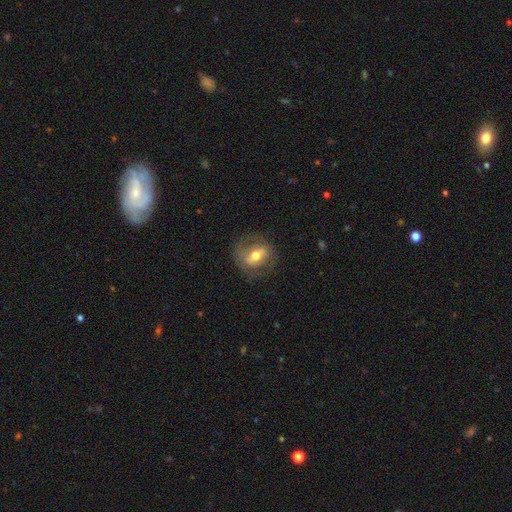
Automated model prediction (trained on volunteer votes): Q: Smooth or featured?
A: featured or disk (59%); runner-up: smooth (33%)
Q: Edge-on disk?
A: no (91%); runner-up: yes (9%)
Q: Bar?
A: strong (43%); runner-up: weak (37%)
Q: Spiral arms?
A: yes (56%); runner-up: no (44%)
Q: Bulge size?
A: moderate (72%); runner-up: small (16%)
Q: Merging?
A: none (74%); runner-up: minor disturbance (16%)